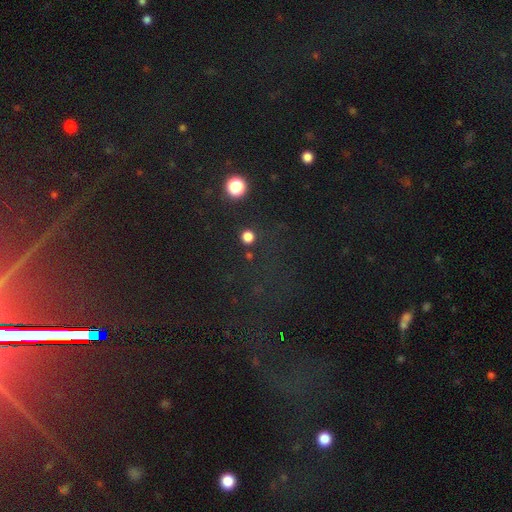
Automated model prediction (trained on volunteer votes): Smooth or featured? Predicted: star or artifact (p=0.76).